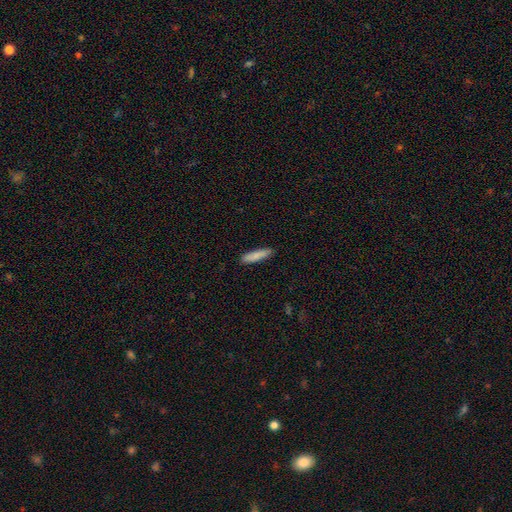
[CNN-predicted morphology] A smooth galaxy with no disk features (84%) that is cigar-shaped (82%). Merging: none (88%).